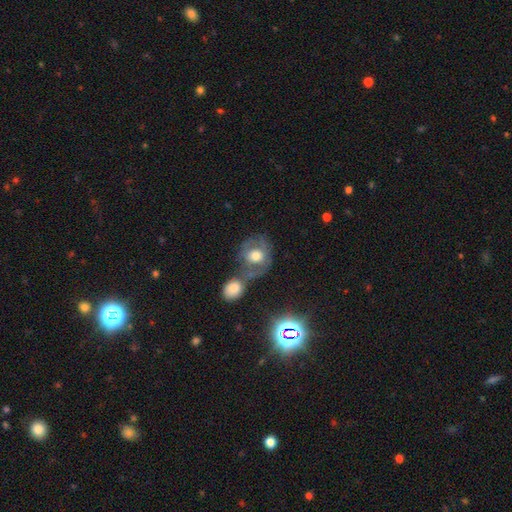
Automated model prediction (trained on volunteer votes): smooth_or_featured: smooth (p=0.48) [alt: featured or disk p=0.43]
merging: merger (p=0.41) [alt: none p=0.33]